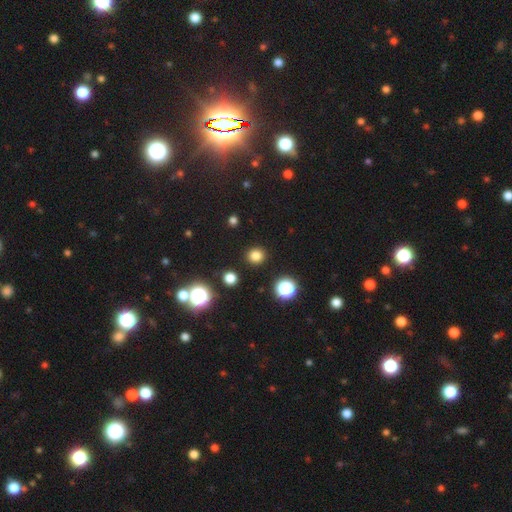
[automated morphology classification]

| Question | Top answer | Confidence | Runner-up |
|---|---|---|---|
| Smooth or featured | smooth | 79% | star or artifact (17%) |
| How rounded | round | 90% | in between (9%) |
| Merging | none | 91% | minor disturbance (5%) |